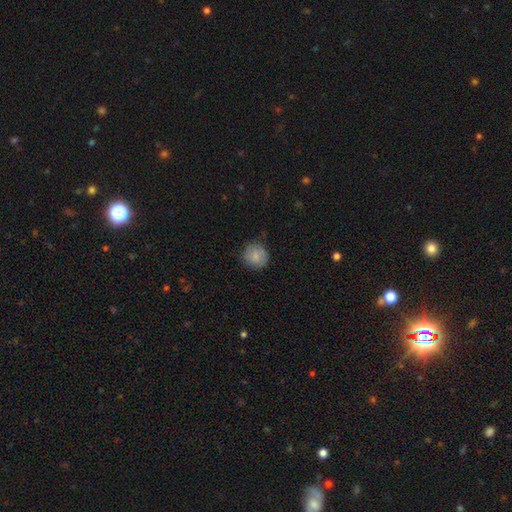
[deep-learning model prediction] Smooth or featured? Predicted: smooth (p=0.81). How rounded? Predicted: round (p=0.90). Merging? Predicted: none (p=0.82).